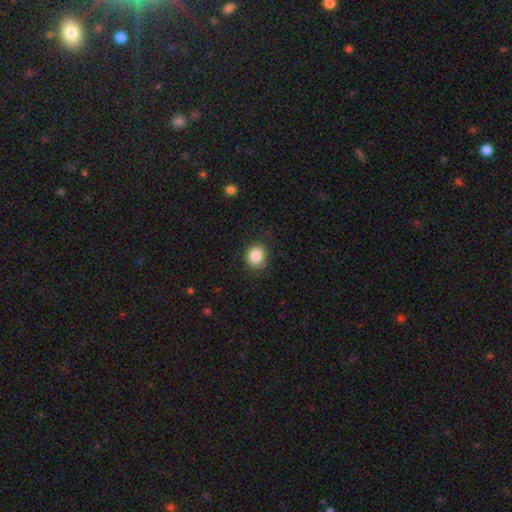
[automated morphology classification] smooth 87%, star or artifact 9%, featured or disk 4%. Down the decision tree: how rounded — round (67%); merging — none (82%).